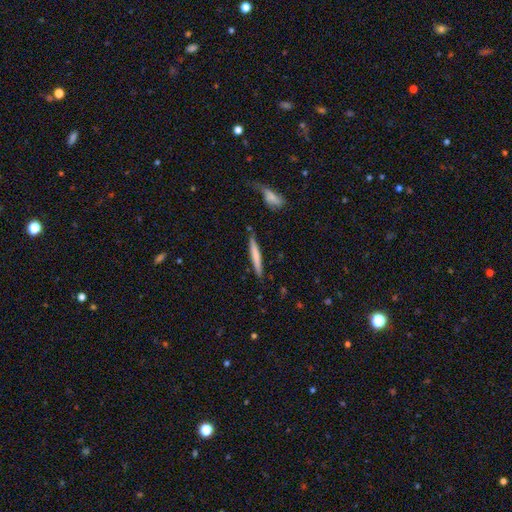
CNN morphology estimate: A smooth galaxy with no disk features (66%) that is cigar-shaped (95%).

Vote fractions:
- Smooth or featured? smooth: 66% / featured or disk: 28% / star or artifact: 5%
- How rounded? cigar-shaped: 95% / in between: 4% / round: 1%
- Merging? none: 84% / minor disturbance: 11% / merger: 3% / major disturbance: 2%